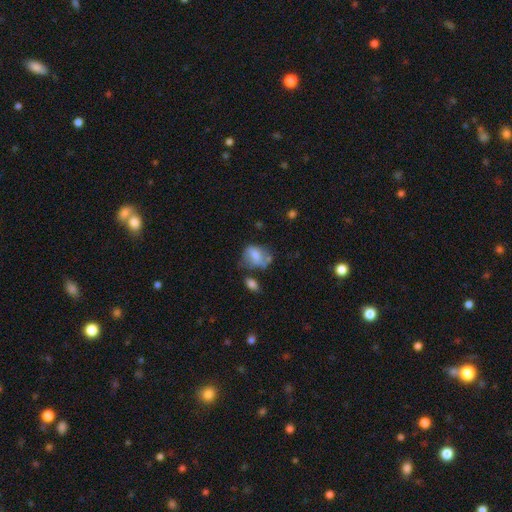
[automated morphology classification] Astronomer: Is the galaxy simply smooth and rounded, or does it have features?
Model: smooth — 64%.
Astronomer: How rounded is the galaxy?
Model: in between — 68%.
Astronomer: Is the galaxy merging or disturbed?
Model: none — 38% (runner-up: minor disturbance, 28%).